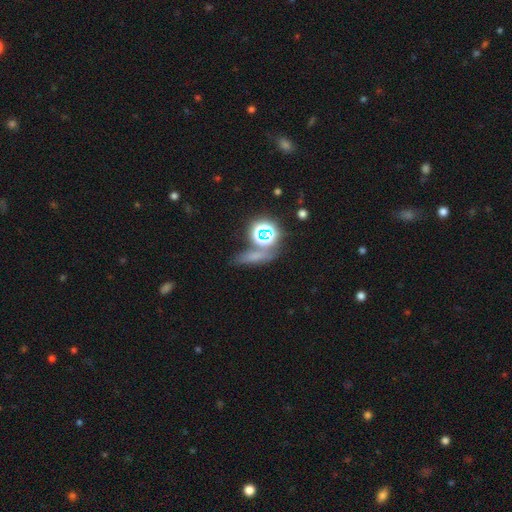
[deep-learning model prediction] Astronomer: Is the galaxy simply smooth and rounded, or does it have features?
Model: smooth — 49% (runner-up: star or artifact, 37%).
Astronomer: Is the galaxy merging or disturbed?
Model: none — 66%.